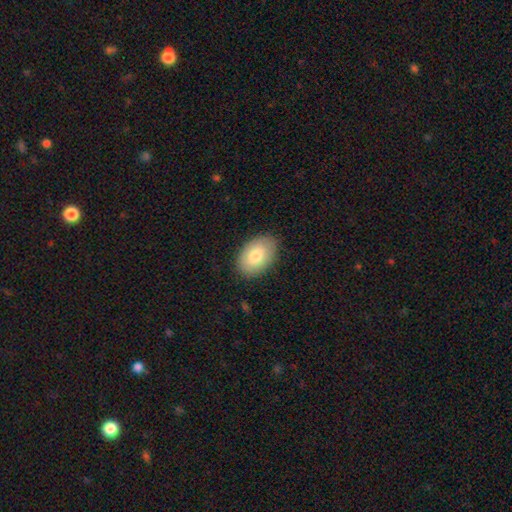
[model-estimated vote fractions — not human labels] A smooth galaxy with no disk features (78%) that is in between round and cigar-shaped (91%). Merging: none (85%).